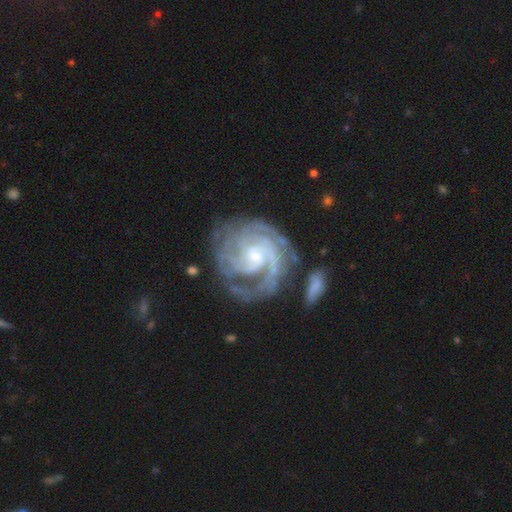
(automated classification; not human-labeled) Smooth or featured?
  - featured or disk: 91% *
  - smooth: 5%
  - star or artifact: 5%
Edge-on disk?
  - no: 98% *
  - yes: 2%
Bar?
  - no: 58% *
  - weak: 34%
  - strong: 8%
Spiral arms?
  - yes: 98% *
  - no: 2%
Spiral winding?
  - tight: 68% *
  - medium: 27%
  - loose: 4%
Spiral arm count?
  - 3: 32% *
  - can't tell: 20%
  - 2: 19%
  - 4: 16%
  - more than 4: 7%
  - 1: 7%
Bulge size?
  - small: 59% *
  - moderate: 32%
  - none: 4%
  - large: 3%
  - dominant: 1%
Merging?
  - none: 66% *
  - minor disturbance: 18%
  - major disturbance: 11%
  - merger: 5%